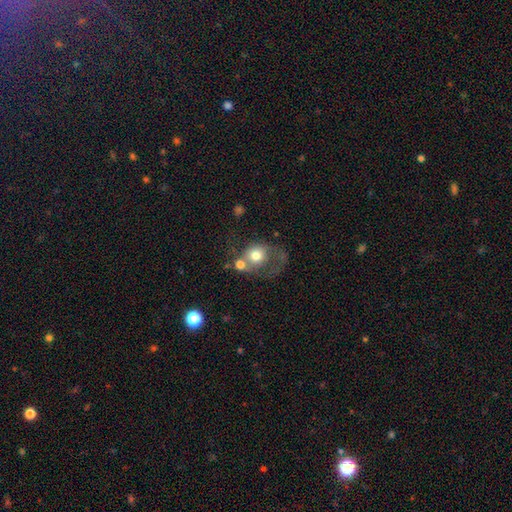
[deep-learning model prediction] Morphology: type=smooth (59%); roundness=round (66%); merging=merger (37%).